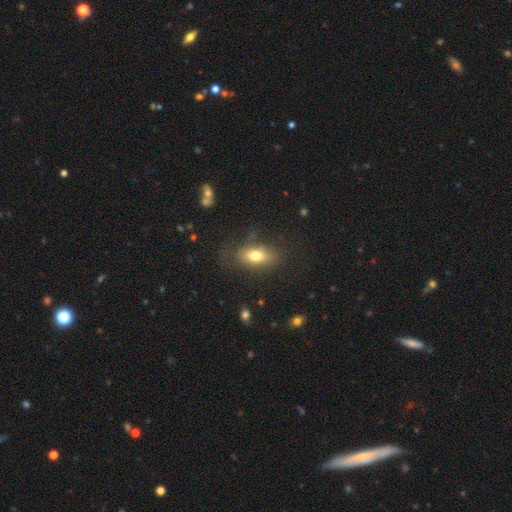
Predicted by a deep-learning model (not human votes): Smooth or featured? smooth (75%)
How rounded? in between (85%)
Merging? none (73%)